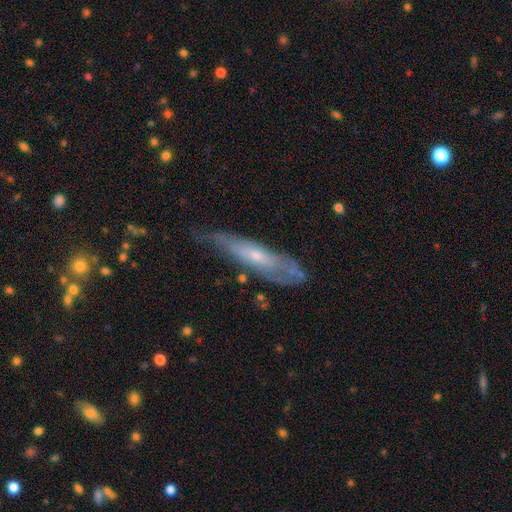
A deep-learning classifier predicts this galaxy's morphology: A featured or disk galaxy (62%). Merging: none (52%).